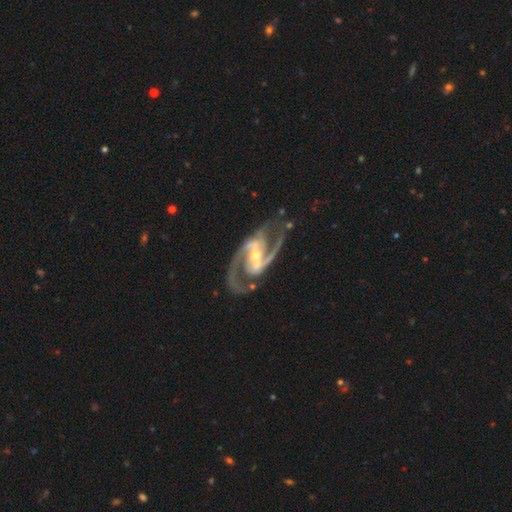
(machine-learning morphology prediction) Smooth or featured? Predicted: featured or disk (p=0.94). Edge-on disk? Predicted: no (p=0.98). Bar? Predicted: strong (p=0.53). Spiral arms? Predicted: yes (p=0.98). Spiral winding? Predicted: medium (p=0.66). Spiral arm count? Predicted: 2 (p=0.89). Bulge size? Predicted: small (p=0.54). Merging? Predicted: none (p=0.72).